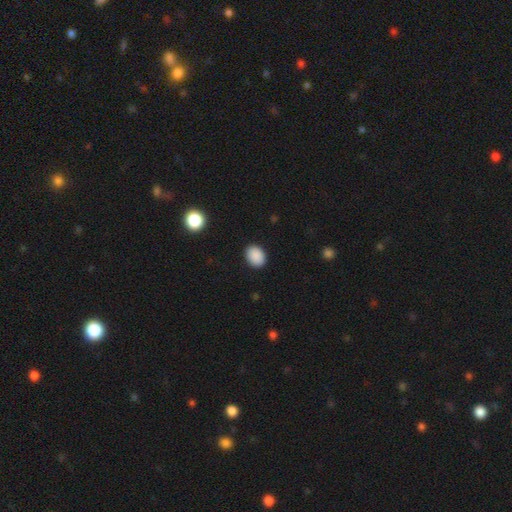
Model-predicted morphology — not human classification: A smooth galaxy with no disk features (89%) that is in between round and cigar-shaped (67%).

Vote fractions:
- Smooth or featured? smooth: 89% / star or artifact: 8% / featured or disk: 3%
- How rounded? in between: 67% / round: 32% / cigar-shaped: 1%
- Merging? none: 90% / minor disturbance: 7% / major disturbance: 2% / merger: 1%